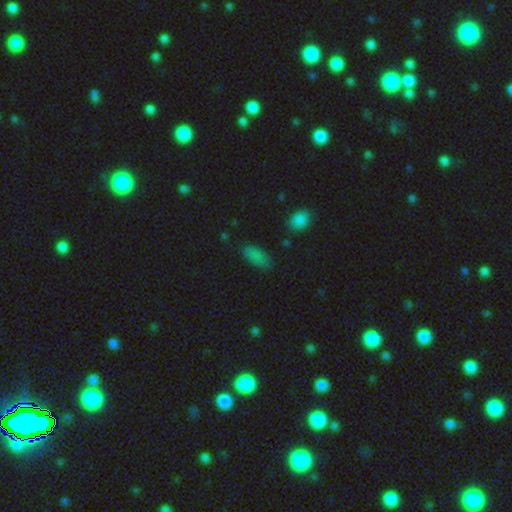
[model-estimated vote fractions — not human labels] This appears to be a smooth galaxy with no disk features (82%) that is in between round and cigar-shaped (90%). Merging: none (79%).